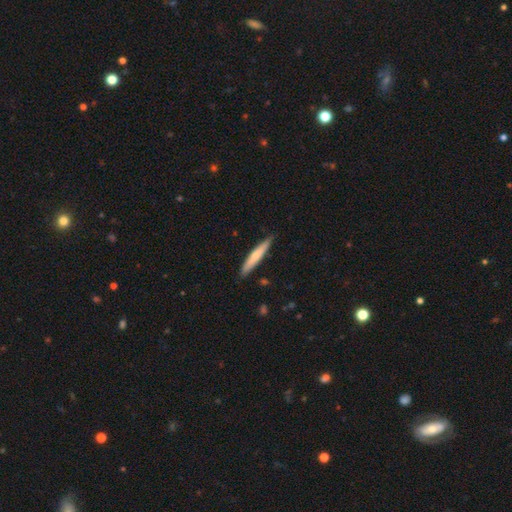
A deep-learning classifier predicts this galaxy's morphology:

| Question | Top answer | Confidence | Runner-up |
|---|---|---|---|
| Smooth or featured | smooth | 62% | featured or disk (32%) |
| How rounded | cigar-shaped | 93% | in between (6%) |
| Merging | none | 87% | minor disturbance (10%) |